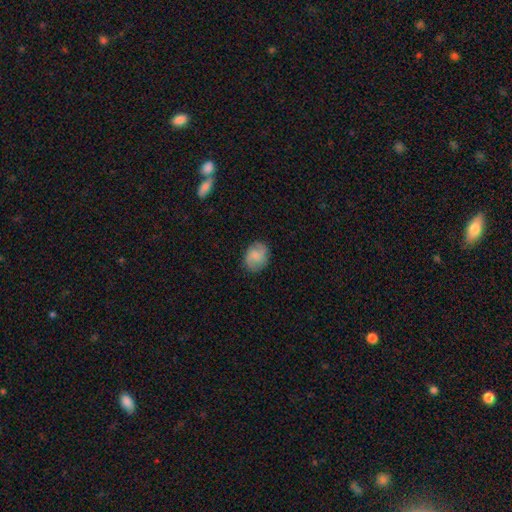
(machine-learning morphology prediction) This is possibly a smooth galaxy (54%). How rounded: possibly round (50%). Merging: clearly none (81%).